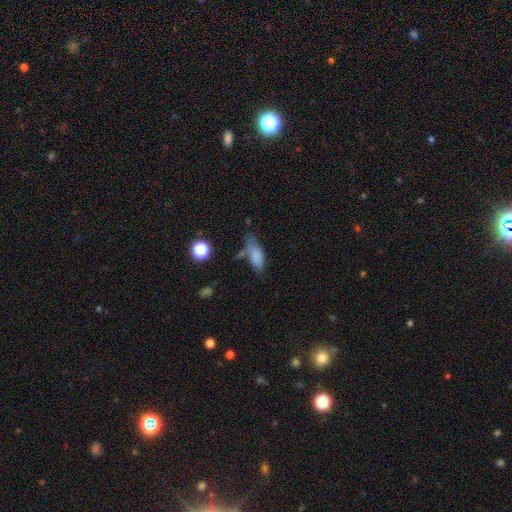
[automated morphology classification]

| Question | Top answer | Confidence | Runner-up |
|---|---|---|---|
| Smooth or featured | smooth | 79% | featured or disk (11%) |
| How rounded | in between | 80% | cigar-shaped (16%) |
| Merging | none | 45% | minor disturbance (29%) |